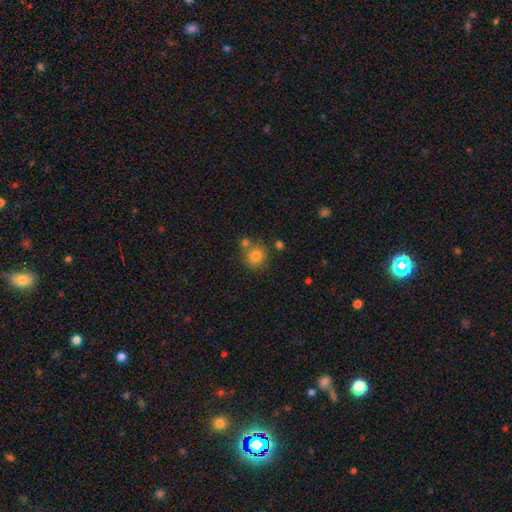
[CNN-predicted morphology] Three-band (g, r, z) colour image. It shows a smooth galaxy with no disk features (82%) that is round (85%). Merging: none (66%).